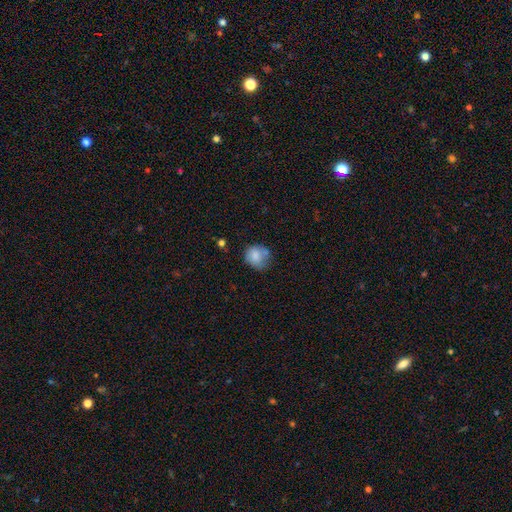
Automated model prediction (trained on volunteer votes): A smooth galaxy with no disk features (80%) that is round (74%).

Vote fractions:
- Smooth or featured? smooth: 80% / featured or disk: 11% / star or artifact: 9%
- How rounded? round: 74% / in between: 25% / cigar-shaped: 1%
- Merging? none: 55% / minor disturbance: 29% / major disturbance: 9% / merger: 7%